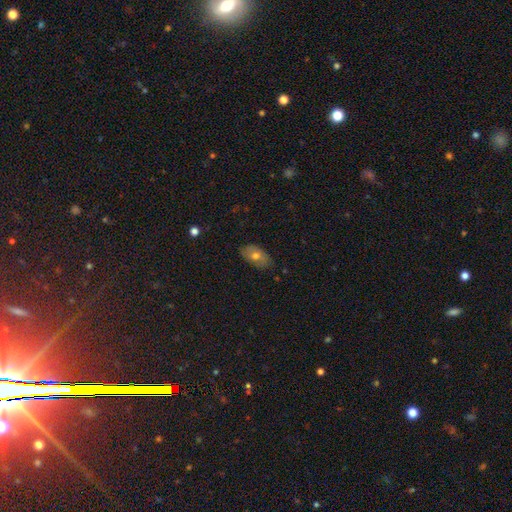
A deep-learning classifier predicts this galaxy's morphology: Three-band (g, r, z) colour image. It shows a smooth galaxy with no disk features (62%) that is in between round and cigar-shaped (90%). Merging: none (78%).